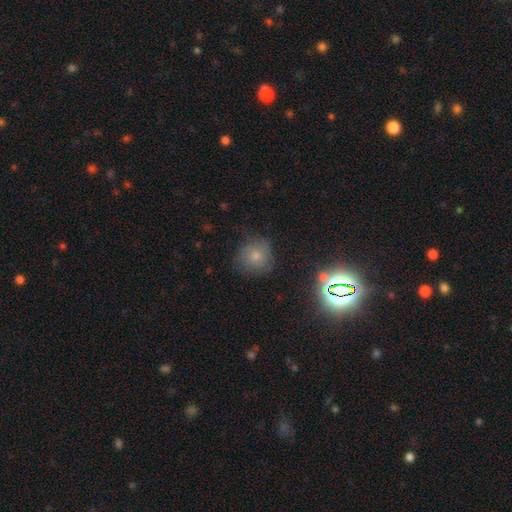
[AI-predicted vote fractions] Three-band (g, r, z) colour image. It shows a smooth galaxy with no disk features (71%) that is round (87%). Merging: none (70%).